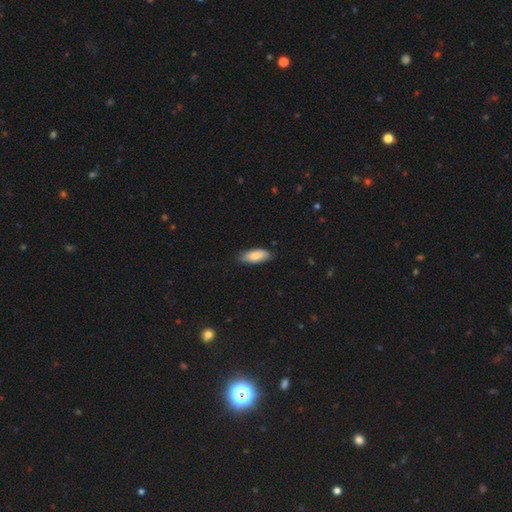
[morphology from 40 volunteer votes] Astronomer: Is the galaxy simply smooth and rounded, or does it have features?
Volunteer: smooth — 80%.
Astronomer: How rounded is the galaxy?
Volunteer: in between — 94%.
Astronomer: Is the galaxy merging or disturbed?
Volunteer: none — 70%.